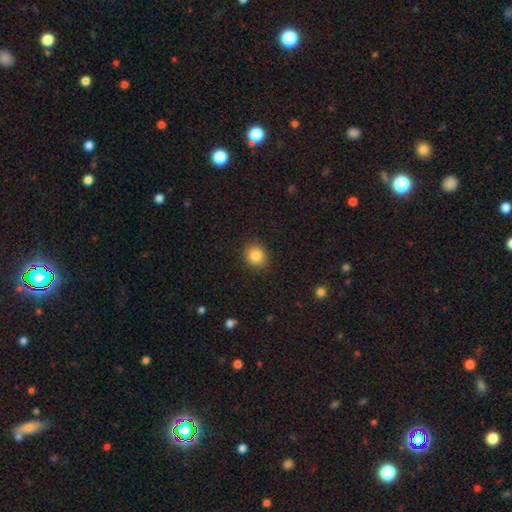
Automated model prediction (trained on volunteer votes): Smooth or featured?
  - smooth: 85% *
  - star or artifact: 10%
  - featured or disk: 6%
How rounded?
  - round: 72% *
  - in between: 27%
  - cigar-shaped: 1%
Merging?
  - none: 89% *
  - minor disturbance: 7%
  - major disturbance: 2%
  - merger: 1%